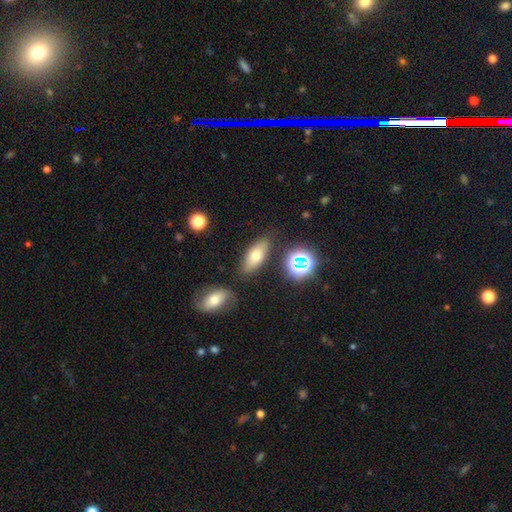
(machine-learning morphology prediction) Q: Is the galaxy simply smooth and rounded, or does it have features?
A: smooth — 66%.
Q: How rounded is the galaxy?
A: in between — 76%.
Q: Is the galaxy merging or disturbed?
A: none — 79%.